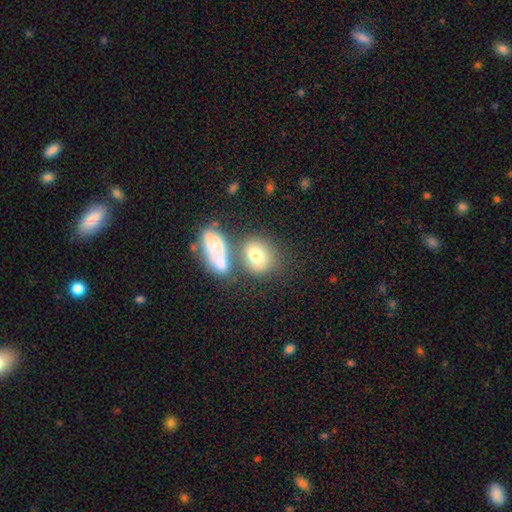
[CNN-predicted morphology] Q: Smooth or featured?
A: smooth (68%); runner-up: featured or disk (21%)
Q: How rounded?
A: round (62%); runner-up: in between (36%)
Q: Merging?
A: none (49%); runner-up: merger (29%)